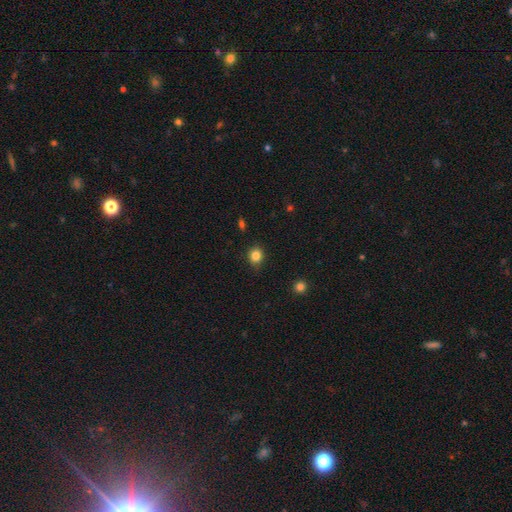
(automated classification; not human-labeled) smooth-or-featured: smooth: 83% | star or artifact: 12% | featured or disk: 5%
  how-rounded: round: 80% | in between: 19% | cigar-shaped: 1%
  merging: none: 85% | minor disturbance: 12% | major disturbance: 2% | merger: 1%